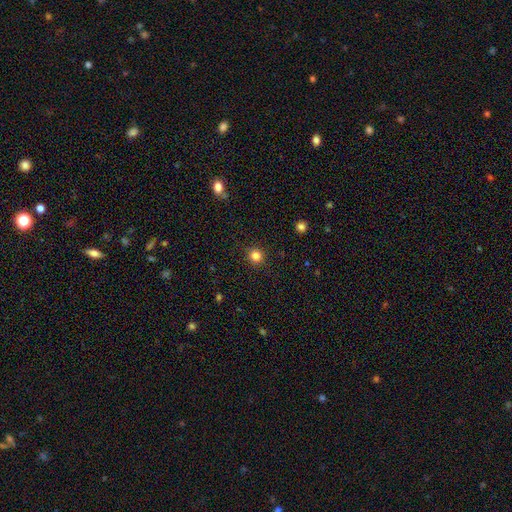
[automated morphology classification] Smooth or featured: smooth — 83% (star or artifact — 13%)
How rounded: round — 91% (in between — 8%)
Merging: none — 90% (minor disturbance — 6%)